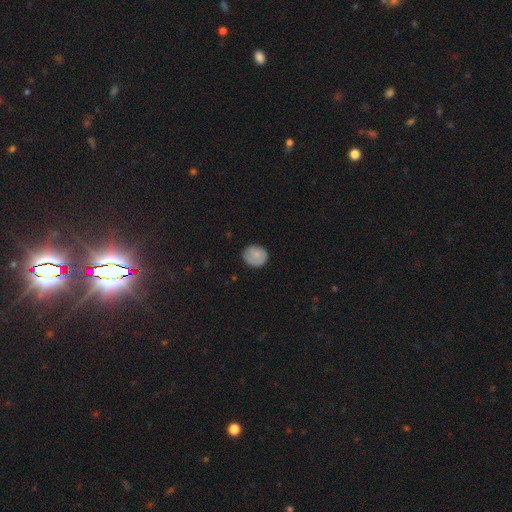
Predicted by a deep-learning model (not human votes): The model was most divided on "how rounded": round: 72%, in between: 27%, cigar-shaped: 1%. More confident: merging — none (77%); smooth or featured — smooth (75%).